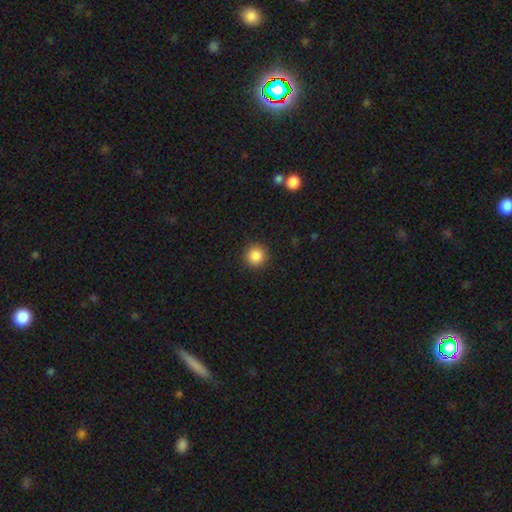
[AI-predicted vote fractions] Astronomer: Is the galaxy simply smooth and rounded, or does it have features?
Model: smooth — 86%.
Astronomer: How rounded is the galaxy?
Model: round — 95%.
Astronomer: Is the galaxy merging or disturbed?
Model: none — 92%.